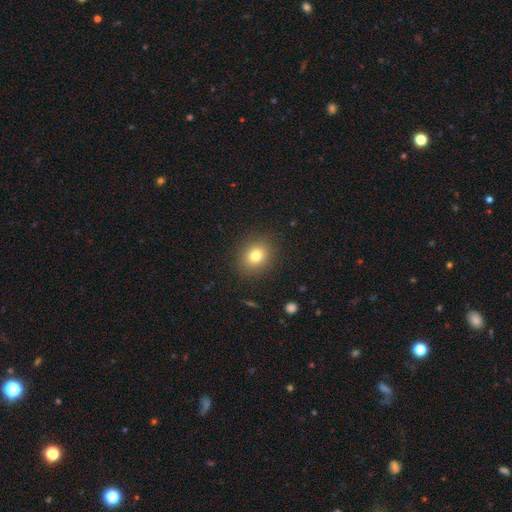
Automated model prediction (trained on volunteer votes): Smooth or featured? Predicted: smooth (p=0.78). How rounded? Predicted: round (p=0.65). Merging? Predicted: none (p=0.88).